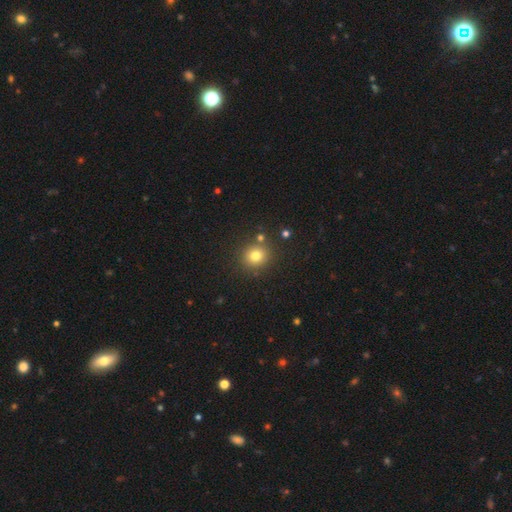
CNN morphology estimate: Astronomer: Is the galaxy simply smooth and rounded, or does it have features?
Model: smooth — 78%.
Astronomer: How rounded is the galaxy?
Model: round — 86%.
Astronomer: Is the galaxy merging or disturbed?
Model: none — 84%.